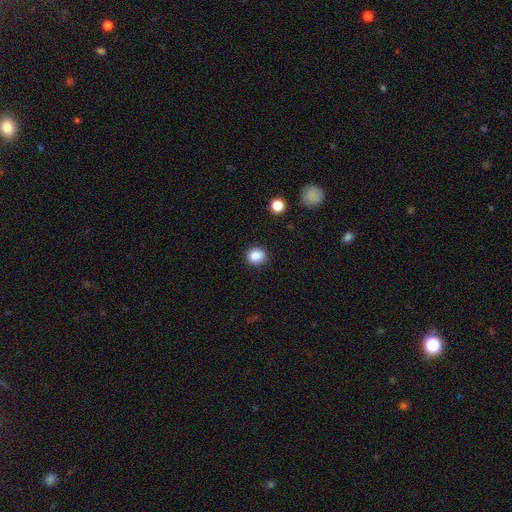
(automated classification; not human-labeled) smooth-or-featured: smooth: 86% | star or artifact: 10% | featured or disk: 4%
  how-rounded: round: 75% | in between: 24% | cigar-shaped: 1%
  merging: none: 90% | minor disturbance: 7% | major disturbance: 2% | merger: 1%